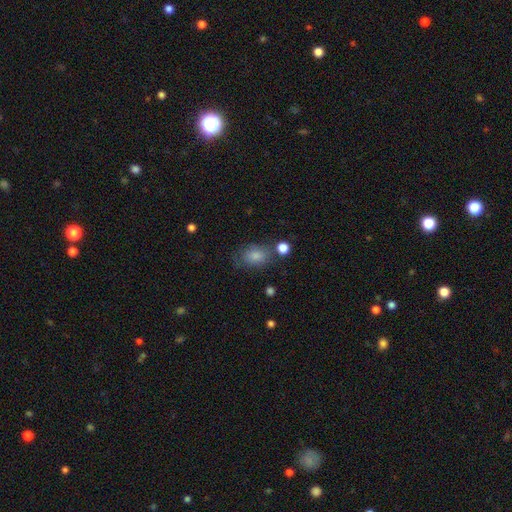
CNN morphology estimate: smooth 81%, featured or disk 10%, star or artifact 9%. Down the decision tree: how rounded — in between (76%); merging — none (56%).